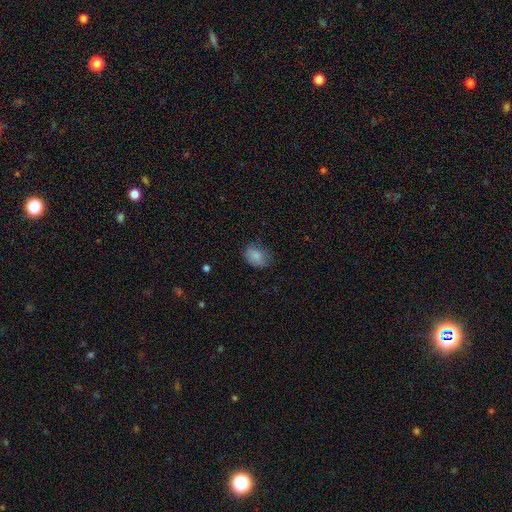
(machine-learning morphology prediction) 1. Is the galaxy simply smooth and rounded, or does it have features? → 85% smooth, 9% star or artifact, 7% featured or disk.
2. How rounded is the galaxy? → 69% in between, 30% round, 1% cigar-shaped.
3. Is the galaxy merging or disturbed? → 68% none, 24% minor disturbance, 6% major disturbance, 1% merger.